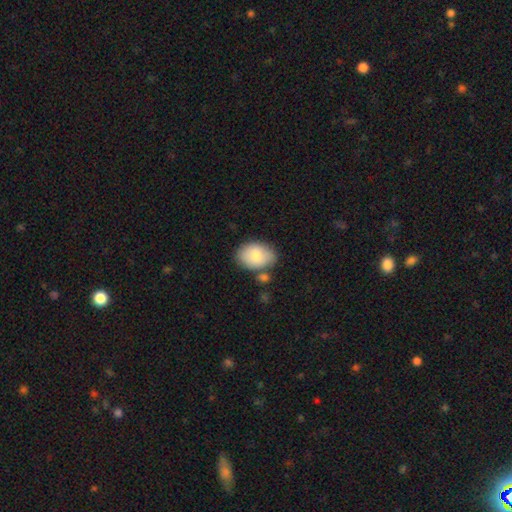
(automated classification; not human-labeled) Smooth or featured? smooth (78%)
How rounded? in between (82%)
Merging? none (68%)